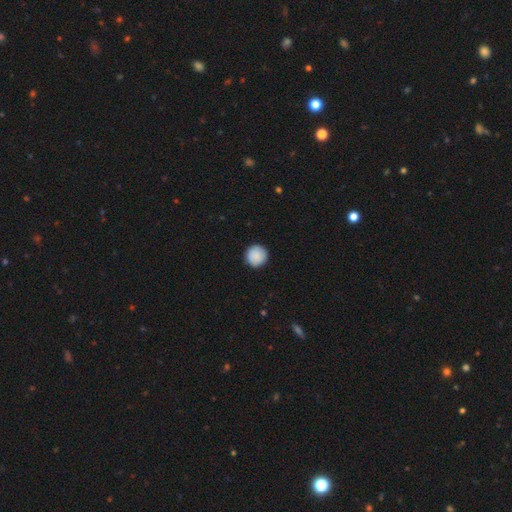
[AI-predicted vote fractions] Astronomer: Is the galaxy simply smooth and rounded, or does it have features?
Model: smooth — 89%.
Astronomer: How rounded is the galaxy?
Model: round — 96%.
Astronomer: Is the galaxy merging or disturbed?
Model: none — 92%.